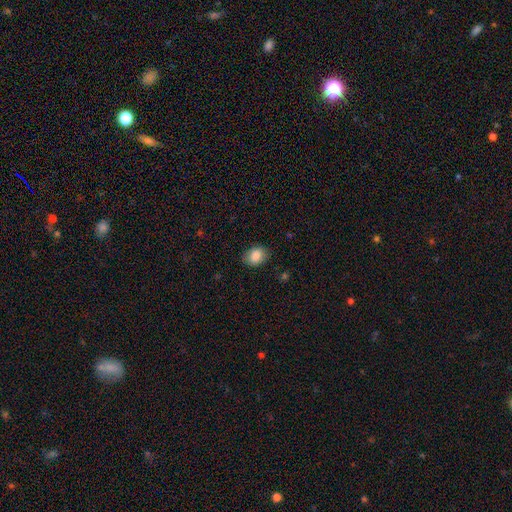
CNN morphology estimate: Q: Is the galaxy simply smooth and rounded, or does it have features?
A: smooth — 87%.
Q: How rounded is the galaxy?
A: in between — 65%.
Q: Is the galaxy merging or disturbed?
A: none — 84%.